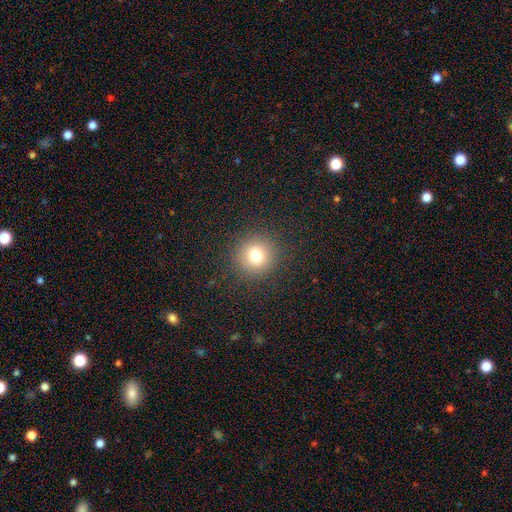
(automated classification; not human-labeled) smooth-or-featured: smooth: 76% | star or artifact: 15% | featured or disk: 8%
  how-rounded: round: 94% | in between: 5% | cigar-shaped: 1%
  merging: none: 90% | minor disturbance: 6% | major disturbance: 3% | merger: 1%